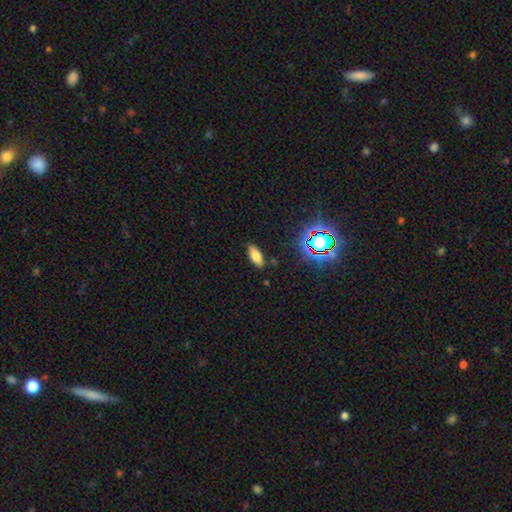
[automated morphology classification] A smooth galaxy with no disk features (74%) that is in between round and cigar-shaped (80%). Merging: none (86%).